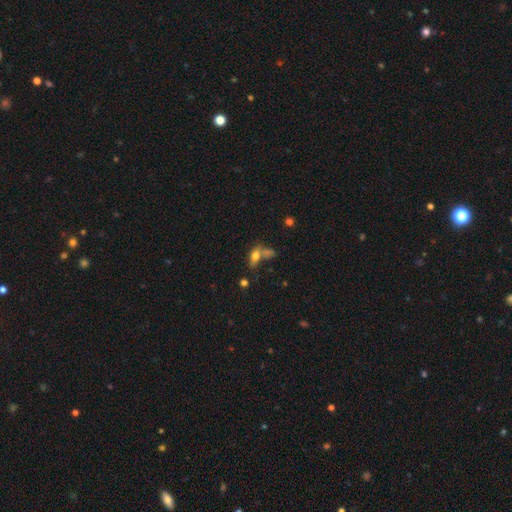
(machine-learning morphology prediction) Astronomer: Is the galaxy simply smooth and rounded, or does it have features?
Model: smooth — 64%.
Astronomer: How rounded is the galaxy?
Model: in between — 72%.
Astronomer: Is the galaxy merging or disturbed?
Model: none — 39% (runner-up: merger, 36%).